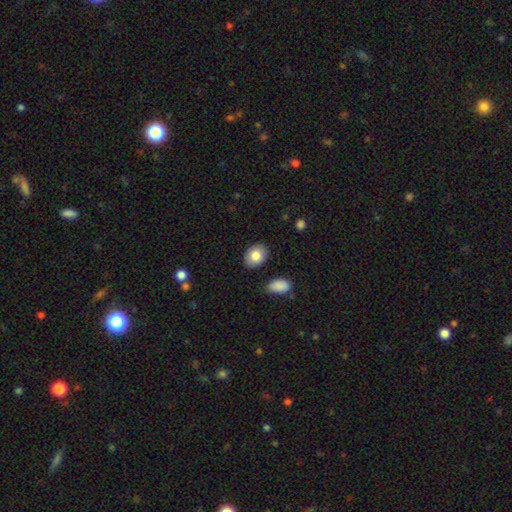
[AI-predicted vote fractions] Smooth or featured?
  - smooth: 83% *
  - featured or disk: 10%
  - star or artifact: 7%
How rounded?
  - in between: 74% *
  - round: 25%
  - cigar-shaped: 1%
Merging?
  - none: 86% *
  - minor disturbance: 10%
  - major disturbance: 2%
  - merger: 2%